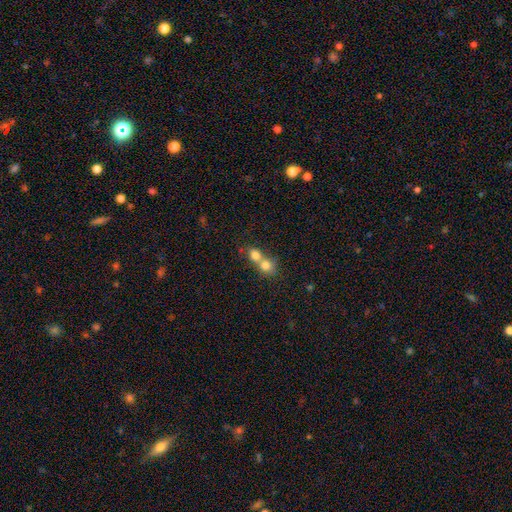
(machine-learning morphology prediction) A smooth galaxy with no disk features (76%) that is round (69%).

Vote fractions:
- Smooth or featured? smooth: 76% / featured or disk: 14% / star or artifact: 10%
- How rounded? round: 69% / in between: 30% / cigar-shaped: 1%
- Merging? merger: 73% / none: 21% / minor disturbance: 4% / major disturbance: 2%